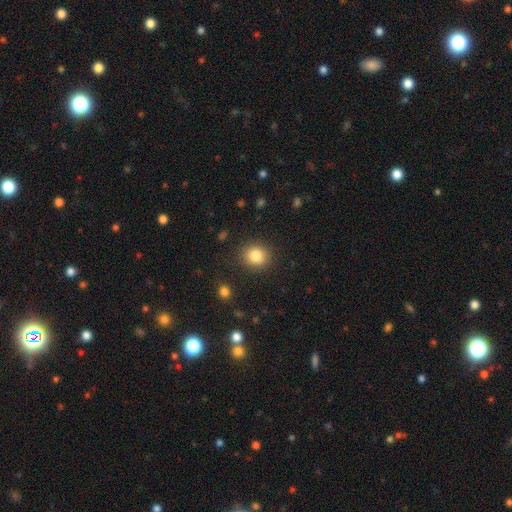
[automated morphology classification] type=smooth (83%); roundness=round (81%); merging=none (88%).